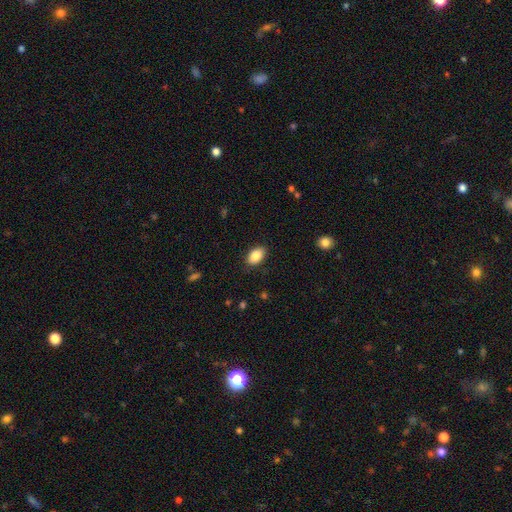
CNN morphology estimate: type=smooth (87%); roundness=in between (91%); merging=none (87%).